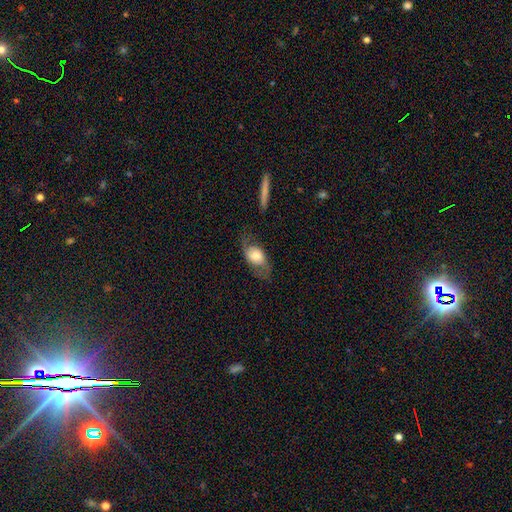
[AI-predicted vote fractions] Q: Smooth or featured?
A: featured or disk (51%); runner-up: smooth (41%)
Q: Edge-on disk?
A: no (88%); runner-up: yes (12%)
Q: Merging?
A: none (61%); runner-up: minor disturbance (21%)